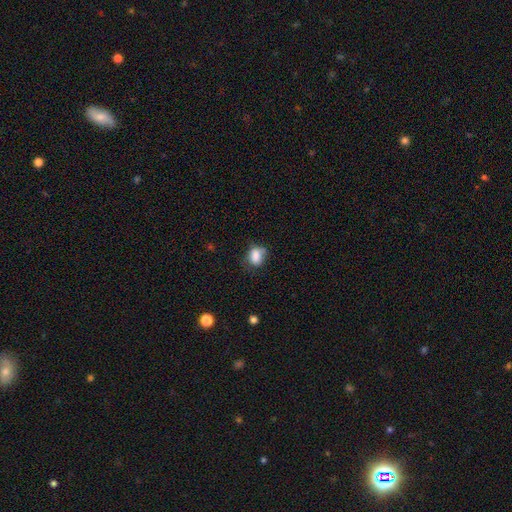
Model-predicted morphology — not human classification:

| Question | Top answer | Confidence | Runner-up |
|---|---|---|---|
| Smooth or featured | smooth | 84% | star or artifact (9%) |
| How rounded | in between | 64% | round (34%) |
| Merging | none | 53% | minor disturbance (32%) |